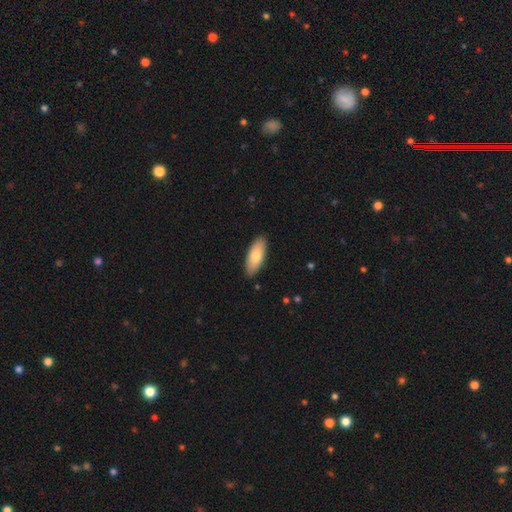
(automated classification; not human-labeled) Smooth or featured? Predicted: smooth (p=0.77). How rounded? Predicted: in between (p=0.76). Merging? Predicted: none (p=0.89).